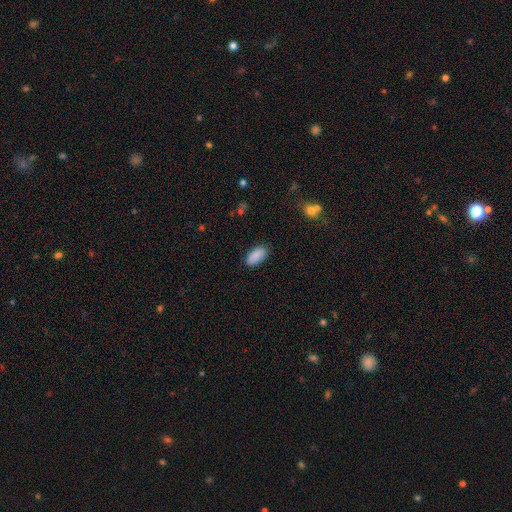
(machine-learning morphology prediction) Overall: smooth (89%). How rounded: in between (94%). Merging: none (86%).